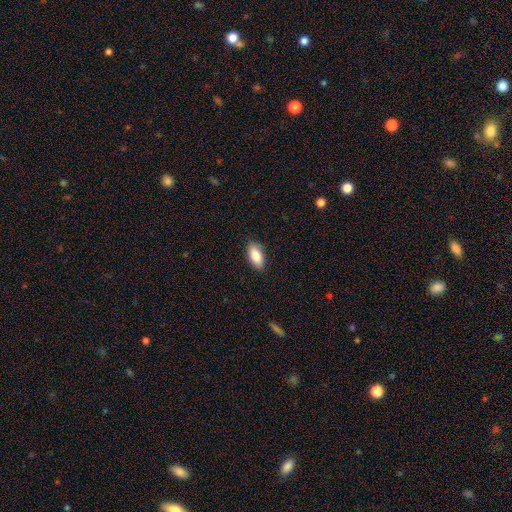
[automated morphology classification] Q: Smooth or featured?
A: smooth (85%); runner-up: featured or disk (9%)
Q: How rounded?
A: in between (88%); runner-up: cigar-shaped (10%)
Q: Merging?
A: none (87%); runner-up: minor disturbance (10%)